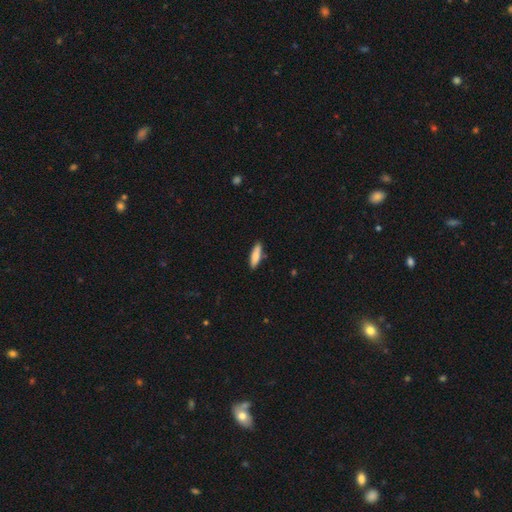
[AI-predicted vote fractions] Morphology: type=smooth (84%); roundness=cigar-shaped (58%); merging=none (86%).